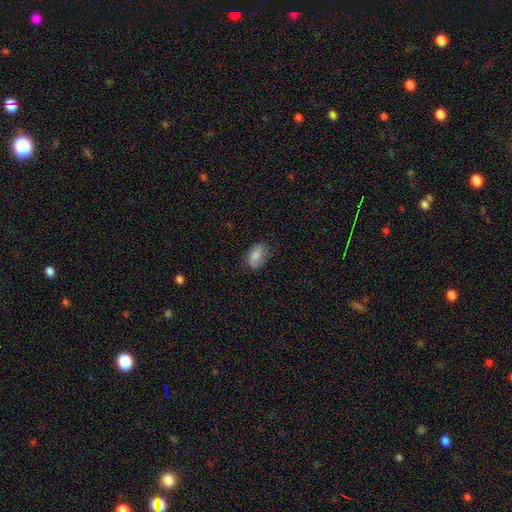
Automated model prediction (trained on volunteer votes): Morphology: type=smooth (82%); roundness=in between (88%); merging=none (66%).